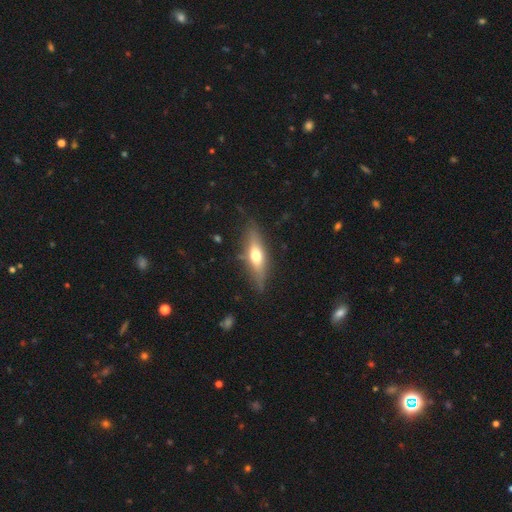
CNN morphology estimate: Q: Smooth or featured?
A: featured or disk (49%); runner-up: smooth (45%)
Q: Merging?
A: none (80%); runner-up: minor disturbance (15%)